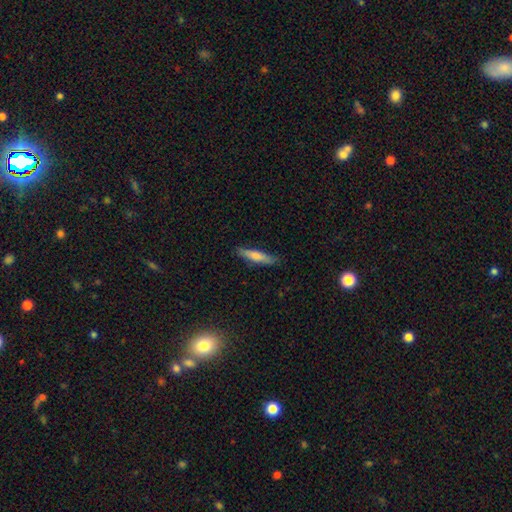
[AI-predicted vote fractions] A smooth galaxy with no disk features (61%) that is cigar-shaped (86%). Merging: none (86%).